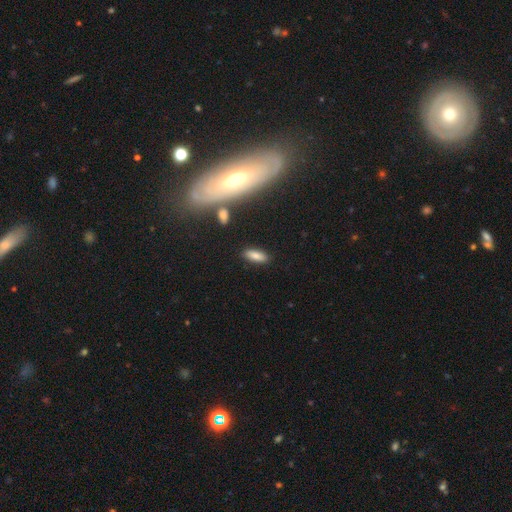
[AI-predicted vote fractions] Overall: smooth (79%). How rounded: in between (69%). Merging: none (86%).